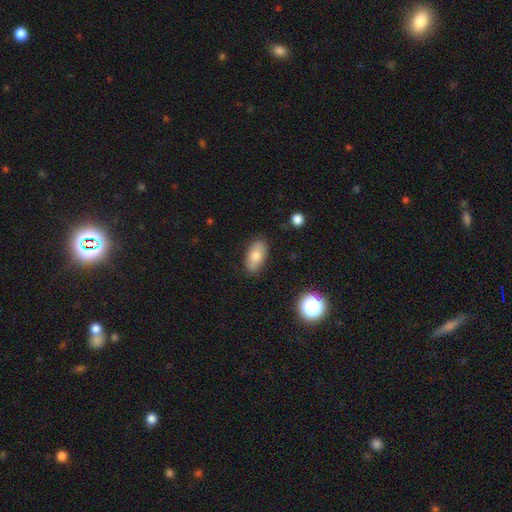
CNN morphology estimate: The model was most divided on "smooth or featured": smooth: 77%, featured or disk: 16%, star or artifact: 8%. More confident: how rounded — in between (93%); merging — none (83%).